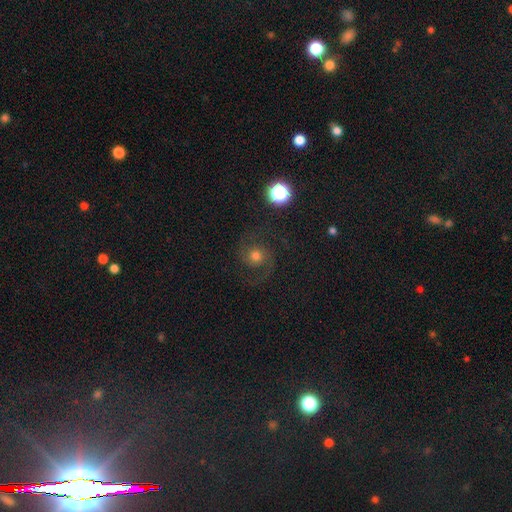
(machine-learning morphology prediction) Smooth or featured: featured or disk — 73% (star or artifact — 14%)
Edge-on disk: no — 98% (yes — 2%)
Bar: no — 71% (weak — 23%)
Spiral arms: yes — 96% (no — 4%)
Spiral winding: medium — 53% (tight — 27%)
Spiral arm count: 2 — 89% (can't tell — 4%)
Bulge size: moderate — 63% (small — 23%)
Merging: none — 80% (minor disturbance — 11%)